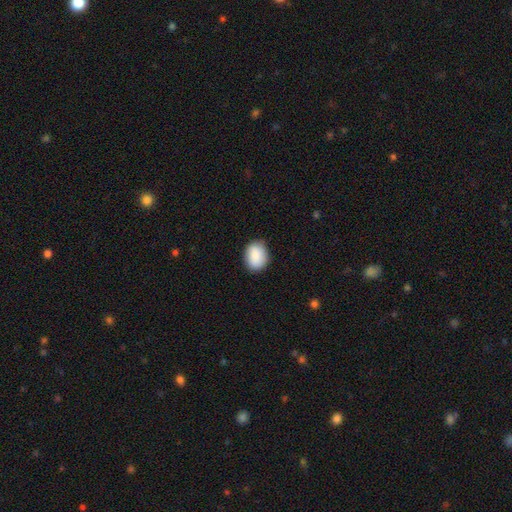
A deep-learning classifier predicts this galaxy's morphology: Smooth or featured?
  - smooth: 89% *
  - star or artifact: 7%
  - featured or disk: 5%
How rounded?
  - in between: 60% *
  - round: 39%
  - cigar-shaped: 1%
Merging?
  - none: 83% *
  - minor disturbance: 13%
  - major disturbance: 2%
  - merger: 1%